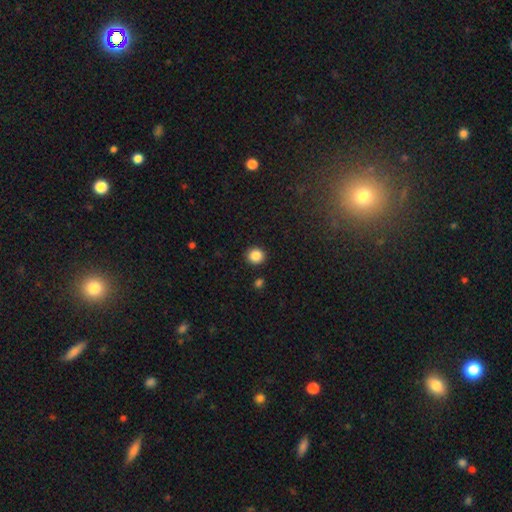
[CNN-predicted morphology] A smooth galaxy with no disk features (86%) that is round (90%).

Vote fractions:
- Smooth or featured? smooth: 86% / star or artifact: 10% / featured or disk: 4%
- How rounded? round: 90% / in between: 9% / cigar-shaped: 1%
- Merging? none: 91% / minor disturbance: 5% / merger: 2% / major disturbance: 2%